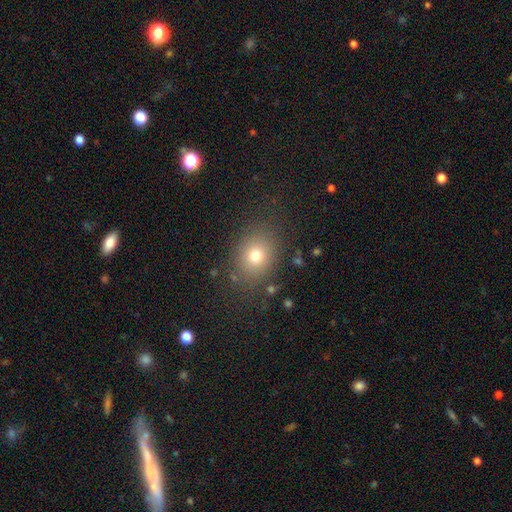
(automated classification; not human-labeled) smooth-or-featured: smooth: 73% | star or artifact: 15% | featured or disk: 11%
  how-rounded: round: 61% | in between: 38% | cigar-shaped: 1%
  merging: none: 82% | minor disturbance: 11% | major disturbance: 6% | merger: 2%